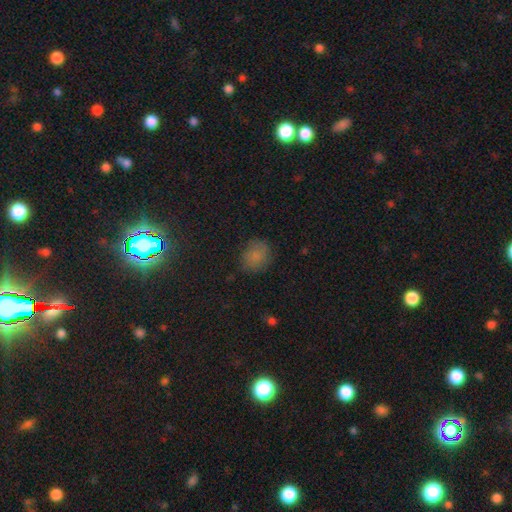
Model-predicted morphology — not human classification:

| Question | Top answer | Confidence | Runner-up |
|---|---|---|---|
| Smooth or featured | smooth | 78% | star or artifact (14%) |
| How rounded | round | 63% | in between (36%) |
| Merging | none | 78% | minor disturbance (16%) |